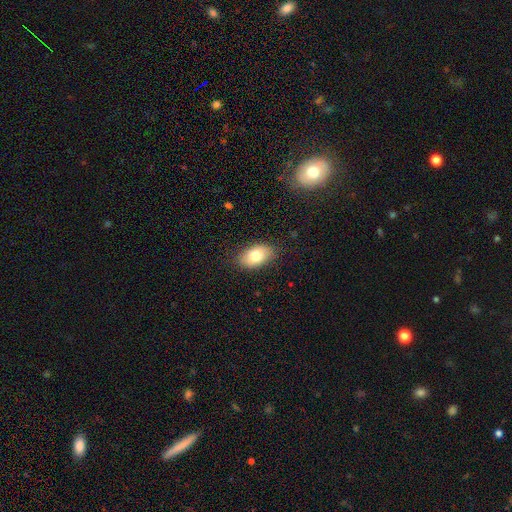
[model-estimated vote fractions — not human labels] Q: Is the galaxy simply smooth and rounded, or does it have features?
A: smooth — 79%.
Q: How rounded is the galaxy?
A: in between — 91%.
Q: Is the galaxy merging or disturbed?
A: none — 84%.